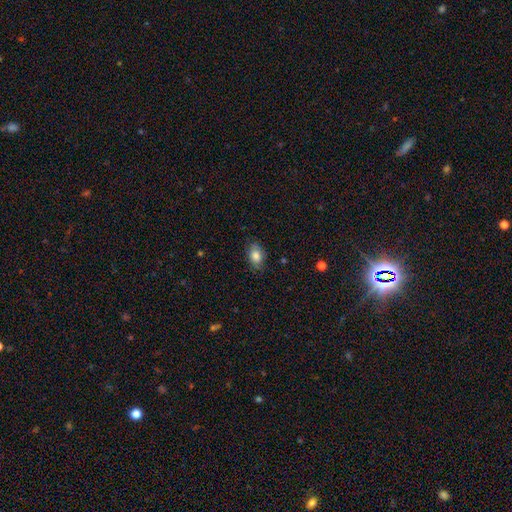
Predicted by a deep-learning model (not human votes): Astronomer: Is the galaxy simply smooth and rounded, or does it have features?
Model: smooth — 80%.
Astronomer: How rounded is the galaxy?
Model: in between — 85%.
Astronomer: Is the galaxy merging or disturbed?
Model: none — 79%.